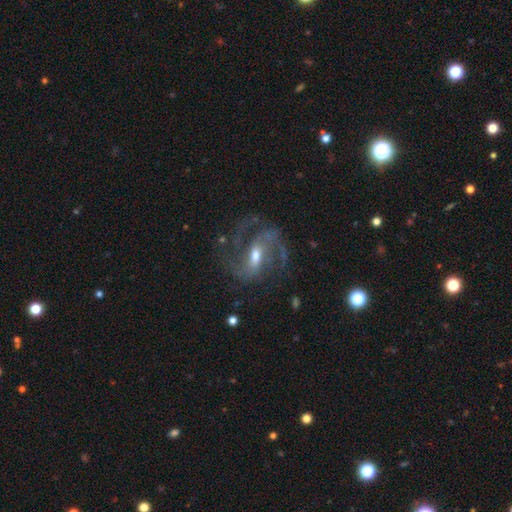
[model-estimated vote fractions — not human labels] This appears to be a featured or disk galaxy (88%) with a weak bar (51%), 2 (58%) medium (53%) spiral arms (95%) and a moderate central bulge (60%). Merging: none (60%).